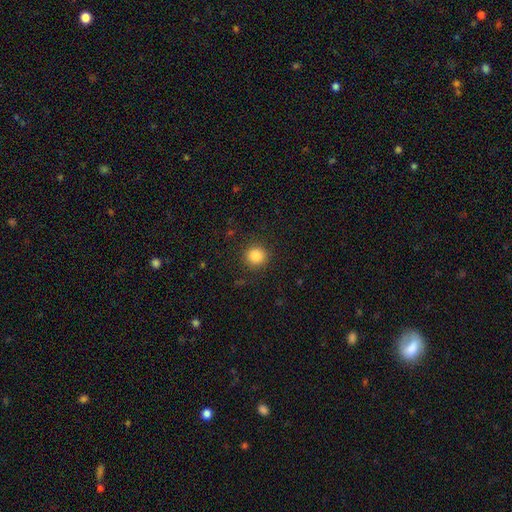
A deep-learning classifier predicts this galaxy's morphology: Overall: smooth (85%). How rounded: round (93%). Merging: none (90%).